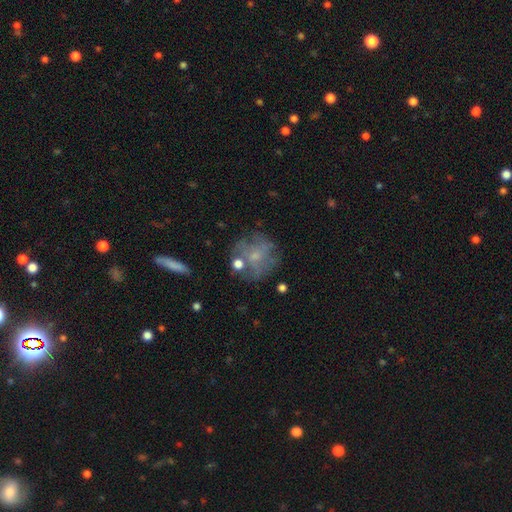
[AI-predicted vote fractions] Smooth or featured? Predicted: featured or disk (p=0.44). Merging? Predicted: none (p=0.56).